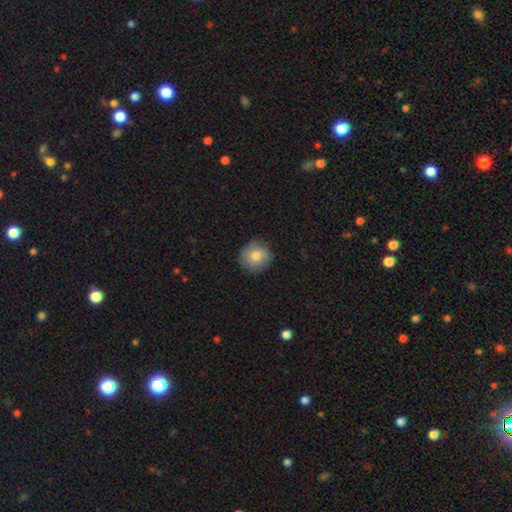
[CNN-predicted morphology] Smooth or featured? smooth (80%)
How rounded? round (90%)
Merging? none (85%)